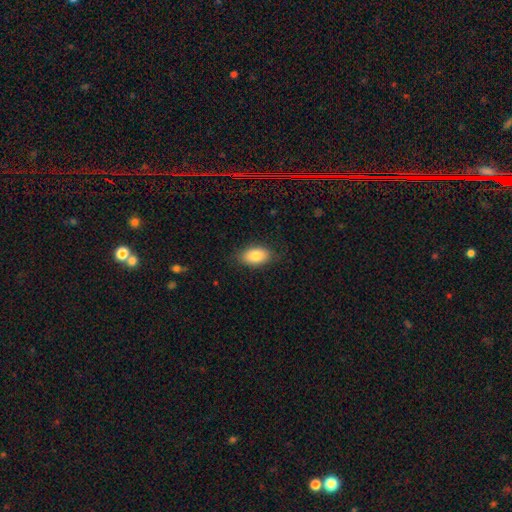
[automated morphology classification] type=smooth (81%); roundness=in between (91%); merging=none (83%).